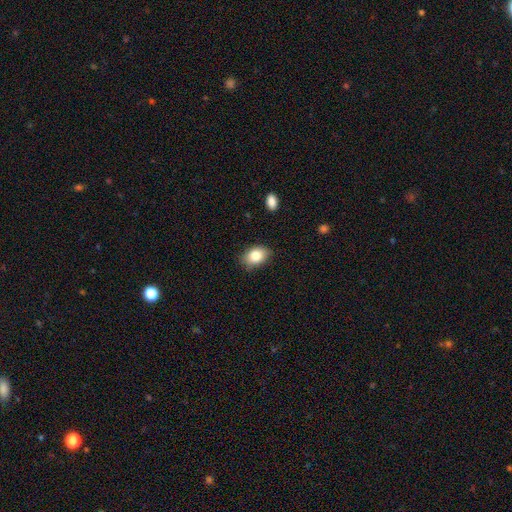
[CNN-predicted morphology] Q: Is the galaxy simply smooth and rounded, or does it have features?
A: smooth — 83%.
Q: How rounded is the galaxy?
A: in between — 81%.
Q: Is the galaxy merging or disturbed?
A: none — 81%.